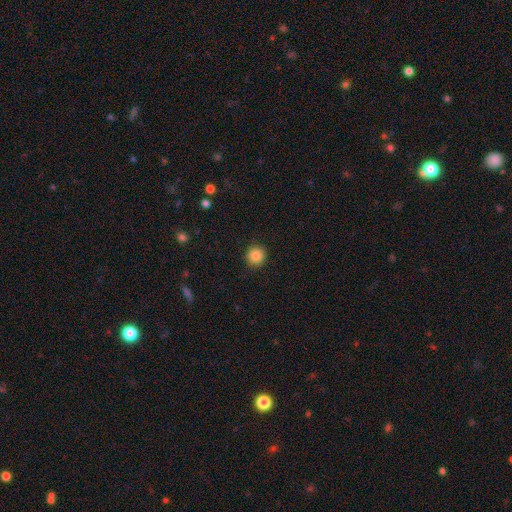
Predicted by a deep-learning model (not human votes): Q: Smooth or featured?
A: smooth (87%); runner-up: star or artifact (10%)
Q: How rounded?
A: round (94%); runner-up: in between (5%)
Q: Merging?
A: none (91%); runner-up: minor disturbance (6%)